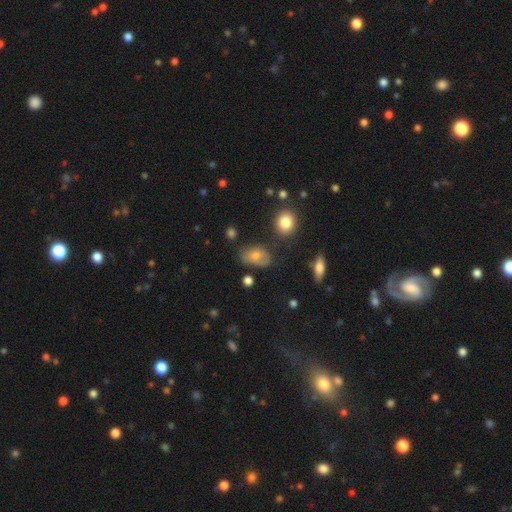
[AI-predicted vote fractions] Smooth or featured? smooth (72%)
How rounded? in between (84%)
Merging? none (58%)